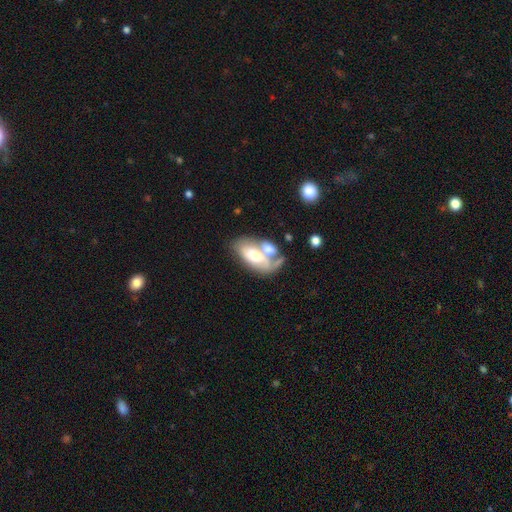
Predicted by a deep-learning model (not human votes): Q: Smooth or featured?
A: smooth (55%); runner-up: featured or disk (39%)
Q: How rounded?
A: in between (91%); runner-up: cigar-shaped (5%)
Q: Merging?
A: merger (50%); runner-up: none (25%)